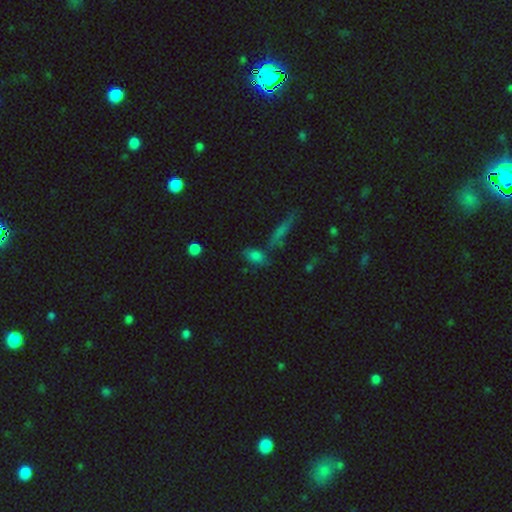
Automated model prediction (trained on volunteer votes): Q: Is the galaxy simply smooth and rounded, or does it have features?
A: smooth — 76%.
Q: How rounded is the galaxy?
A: in between — 77%.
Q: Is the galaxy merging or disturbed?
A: none — 58%.